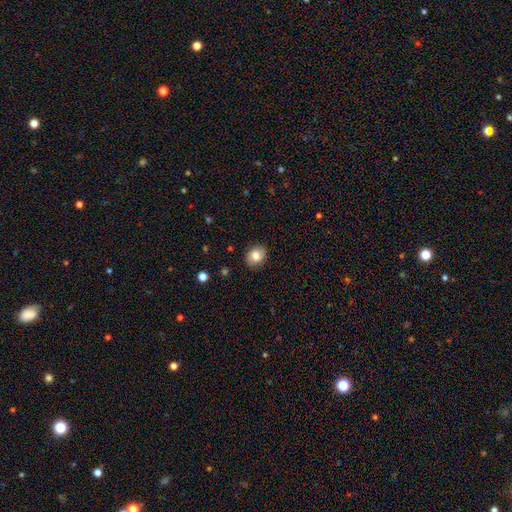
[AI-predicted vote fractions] Morphology: type=smooth (81%); roundness=round (51%); merging=none (87%).